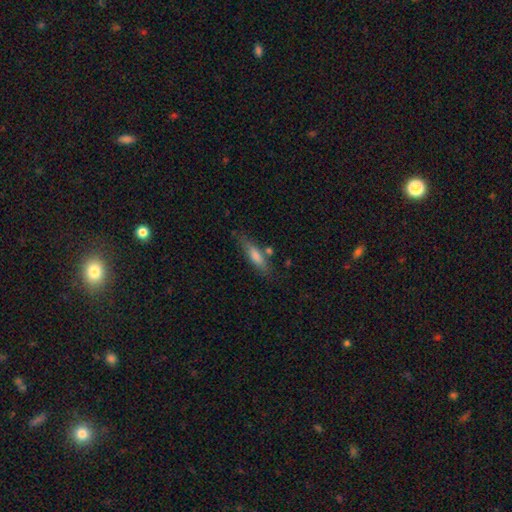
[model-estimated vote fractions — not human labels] A smooth galaxy with no disk features (68%) that is cigar-shaped (71%).

Vote fractions:
- Smooth or featured? smooth: 68% / featured or disk: 25% / star or artifact: 7%
- How rounded? cigar-shaped: 71% / in between: 27% / round: 2%
- Merging? none: 72% / minor disturbance: 16% / merger: 7% / major disturbance: 4%